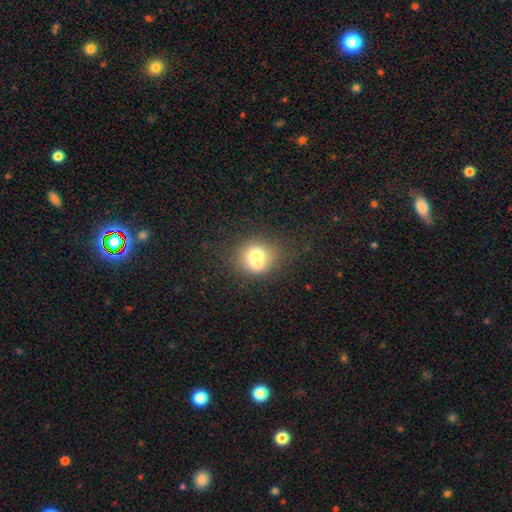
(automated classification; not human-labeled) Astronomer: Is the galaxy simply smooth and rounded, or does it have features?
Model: smooth — 65%.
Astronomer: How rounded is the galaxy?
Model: round — 78%.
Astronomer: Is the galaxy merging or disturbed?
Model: merger — 47% (runner-up: none, 38%).